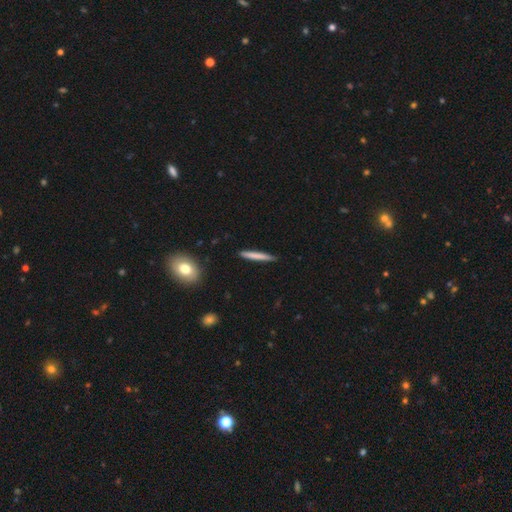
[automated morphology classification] The model was most divided on "smooth or featured": smooth: 71%, featured or disk: 23%, star or artifact: 6%. More confident: how rounded — cigar-shaped (96%); merging — none (89%).